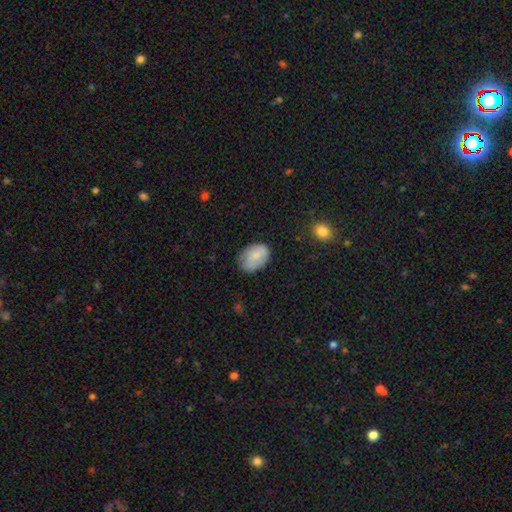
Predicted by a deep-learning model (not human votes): Overall: smooth (77%). How rounded: in between (82%). Merging: none (71%).